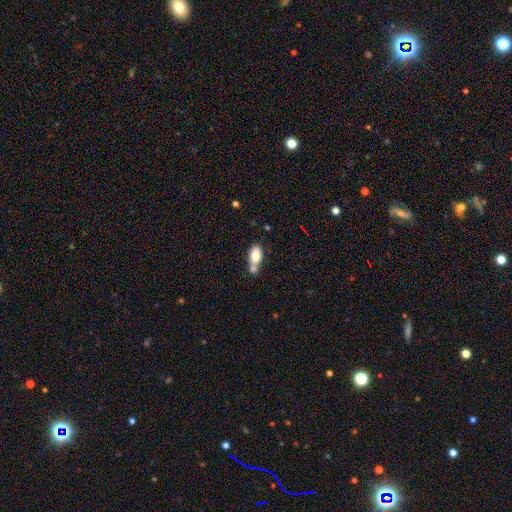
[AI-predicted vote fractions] Smooth or featured: smooth — 78% (featured or disk — 14%)
How rounded: in between — 88% (round — 7%)
Merging: merger — 47% (none — 35%)